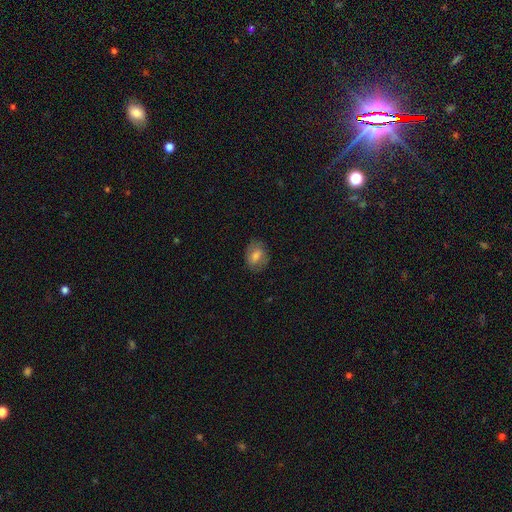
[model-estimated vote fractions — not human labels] A smooth galaxy with no disk features (62%) that is in between round and cigar-shaped (69%).

Vote fractions:
- Smooth or featured? smooth: 62% / featured or disk: 29% / star or artifact: 9%
- How rounded? in between: 69% / round: 29% / cigar-shaped: 2%
- Merging? none: 80% / minor disturbance: 14% / major disturbance: 5% / merger: 1%